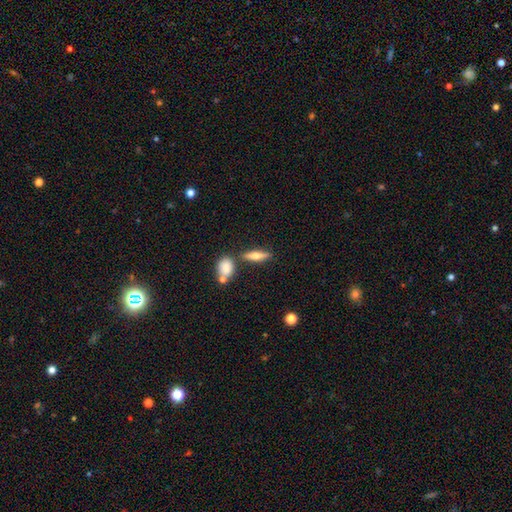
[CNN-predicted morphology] smooth_or_featured: smooth (p=0.52) [alt: featured or disk p=0.40]
how_rounded: cigar-shaped (p=0.63) [alt: in between p=0.31]
merging: none (p=0.76) [alt: minor disturbance p=0.10]